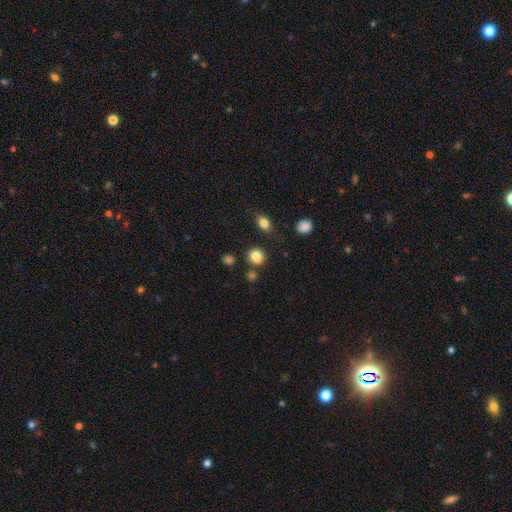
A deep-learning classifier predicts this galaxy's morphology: The model was most divided on "how rounded": round: 83%, in between: 16%, cigar-shaped: 1%. More confident: smooth or featured — smooth (84%); merging — none (80%).